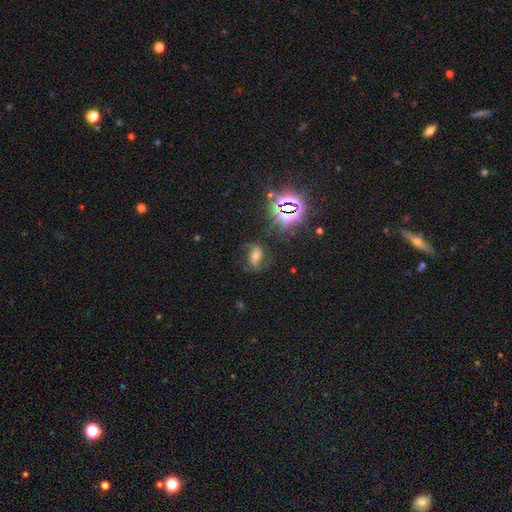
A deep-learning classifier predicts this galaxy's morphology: Smooth or featured: featured or disk — 52% (star or artifact — 25%)
Edge-on disk: no — 93% (yes — 7%)
Merging: none — 65% (minor disturbance — 18%)